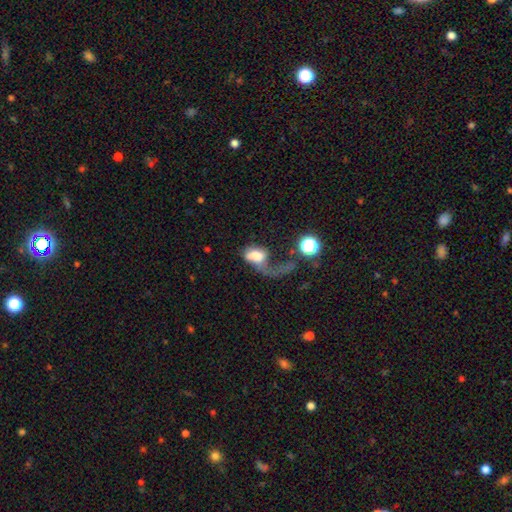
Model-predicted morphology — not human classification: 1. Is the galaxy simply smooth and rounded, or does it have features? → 59% smooth, 30% featured or disk, 11% star or artifact.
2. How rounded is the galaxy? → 78% in between, 19% round, 3% cigar-shaped.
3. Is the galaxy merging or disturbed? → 63% major disturbance, 14% none, 12% minor disturbance, 11% merger.